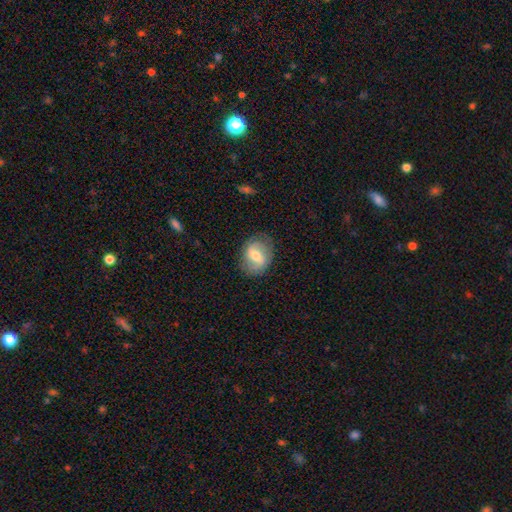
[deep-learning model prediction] smooth-or-featured: featured or disk: 51% | smooth: 41% | star or artifact: 7%
  disk-edge-on: no: 96% | yes: 4%
  merging: none: 78% | minor disturbance: 15% | major disturbance: 5% | merger: 1%